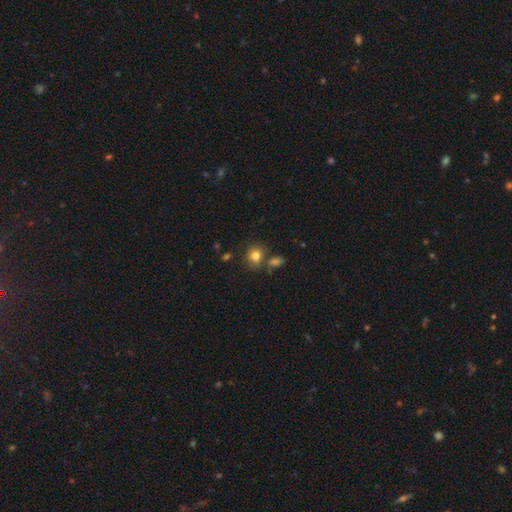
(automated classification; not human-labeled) smooth_or_featured: smooth (p=0.81) [alt: star or artifact p=0.11]
how_rounded: round (p=0.68) [alt: in between p=0.31]
merging: none (p=0.68) [alt: merger p=0.15]